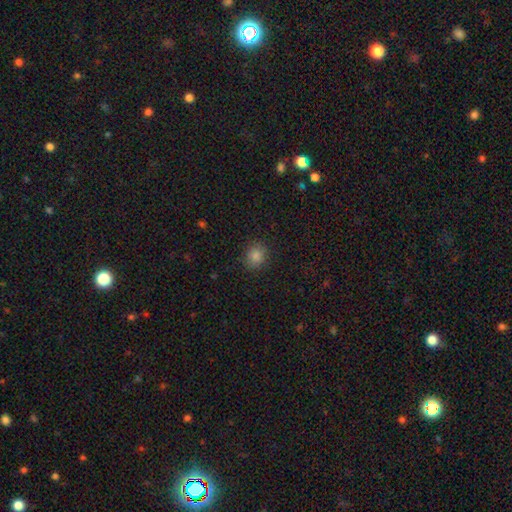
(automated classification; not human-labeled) Overall: smooth (82%). How rounded: round (75%). Merging: none (89%).